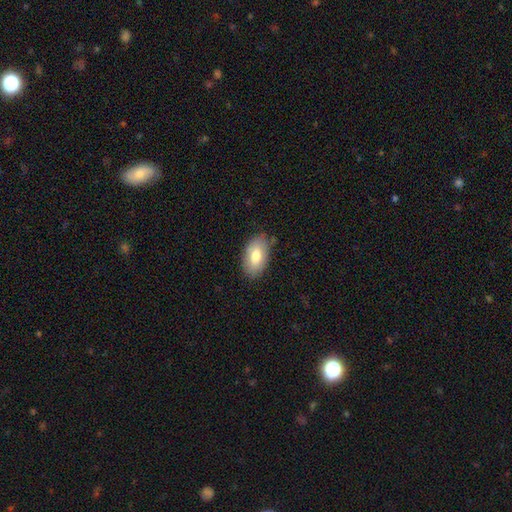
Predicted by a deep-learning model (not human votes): Q: Smooth or featured?
A: smooth (74%); runner-up: featured or disk (19%)
Q: How rounded?
A: in between (93%); runner-up: round (4%)
Q: Merging?
A: none (82%); runner-up: minor disturbance (14%)